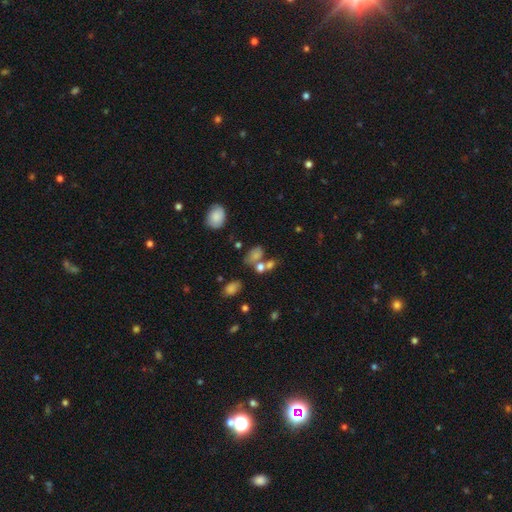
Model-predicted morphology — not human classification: Q: Smooth or featured?
A: smooth (59%); runner-up: star or artifact (24%)
Q: How rounded?
A: in between (65%); runner-up: round (31%)
Q: Merging?
A: none (43%); runner-up: merger (34%)